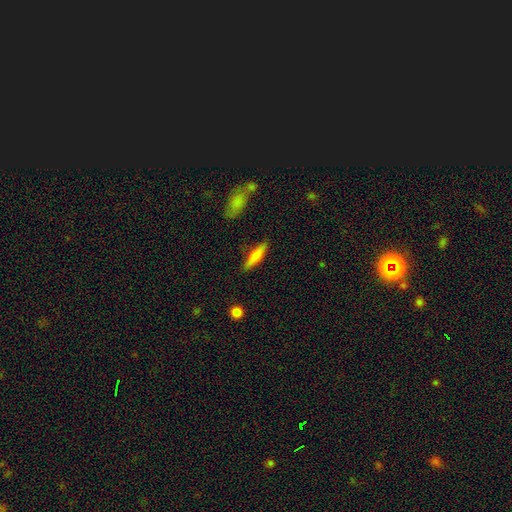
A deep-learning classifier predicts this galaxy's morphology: Smooth or featured: smooth — 70% (featured or disk — 23%)
How rounded: cigar-shaped — 74% (in between — 24%)
Merging: none — 83% (minor disturbance — 12%)